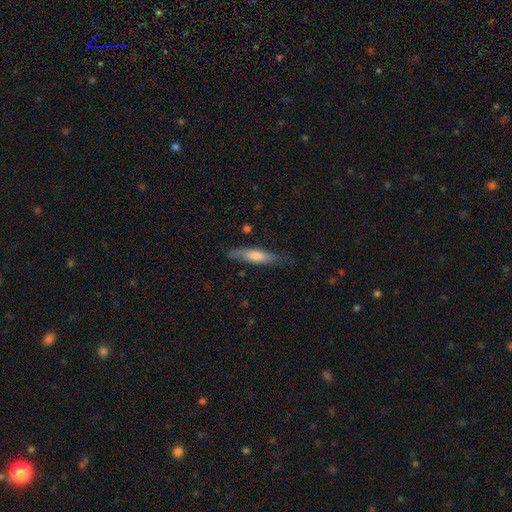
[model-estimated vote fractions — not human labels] Smooth or featured: smooth — 56% (featured or disk — 38%)
How rounded: cigar-shaped — 83% (in between — 15%)
Merging: none — 77% (minor disturbance — 18%)